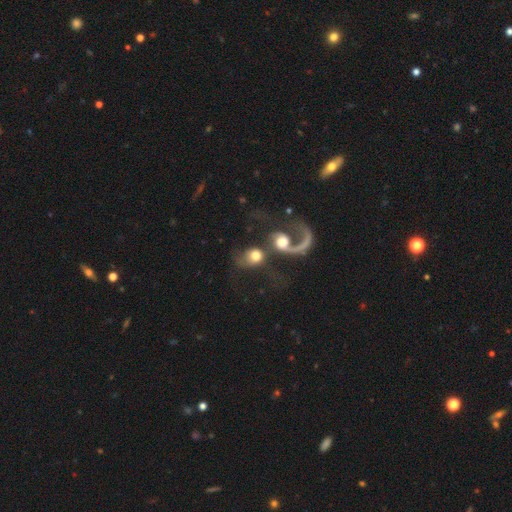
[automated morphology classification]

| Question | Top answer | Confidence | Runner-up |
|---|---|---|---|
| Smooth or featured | featured or disk | 46% | smooth (45%) |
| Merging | merger | 61% | none (17%) |